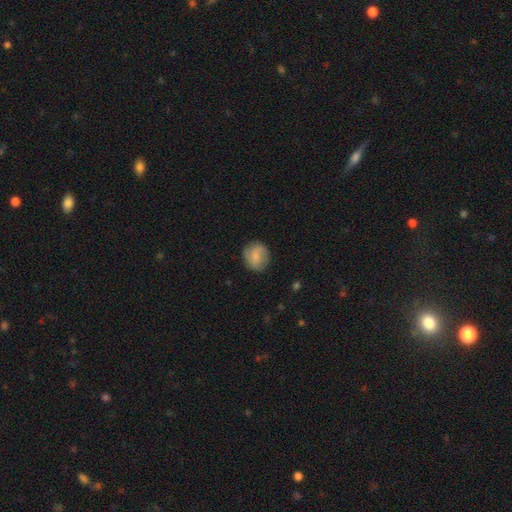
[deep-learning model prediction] smooth_or_featured: smooth (p=0.63) [alt: featured or disk p=0.29]
how_rounded: round (p=0.81) [alt: in between p=0.18]
merging: none (p=0.82) [alt: minor disturbance p=0.13]